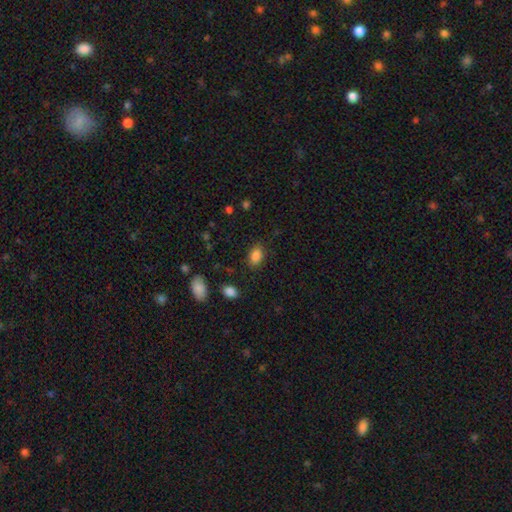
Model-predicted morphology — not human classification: This is clearly a smooth galaxy (86%). How rounded: clearly in between (82%). Merging: clearly none (82%).